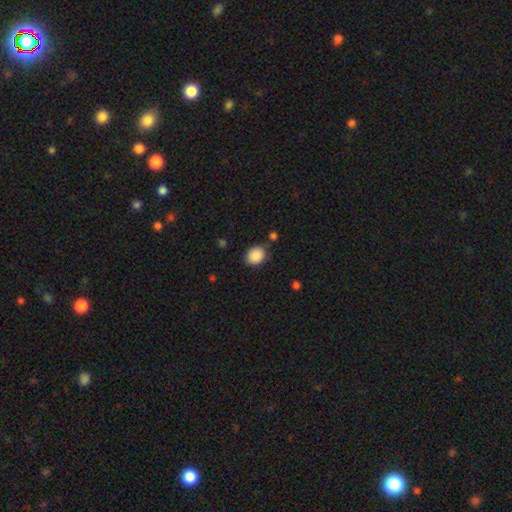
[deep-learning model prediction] Smooth or featured?
  - smooth: 89% *
  - star or artifact: 8%
  - featured or disk: 3%
How rounded?
  - round: 59% *
  - in between: 40%
  - cigar-shaped: 1%
Merging?
  - none: 79% *
  - minor disturbance: 13%
  - merger: 4%
  - major disturbance: 4%